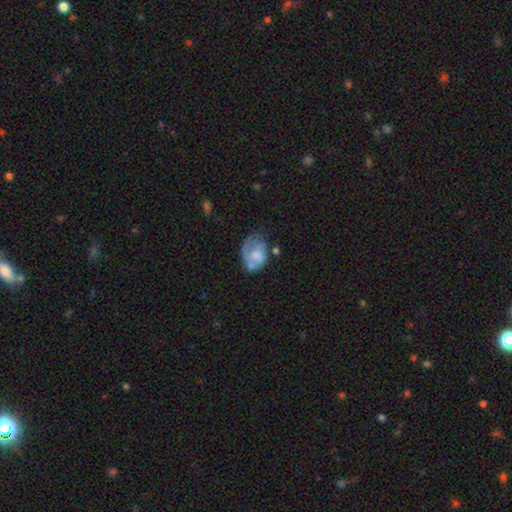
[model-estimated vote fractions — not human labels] A smooth galaxy with no disk features (52%) that is in between round and cigar-shaped (69%).

Vote fractions:
- Smooth or featured? smooth: 52% / featured or disk: 41% / star or artifact: 8%
- How rounded? in between: 69% / round: 30% / cigar-shaped: 1%
- Merging? none: 33% (tied) / minor disturbance: 33% (tied) / major disturbance: 25% / merger: 9%